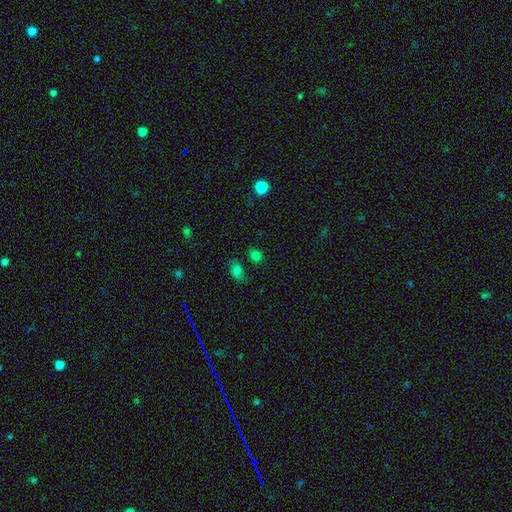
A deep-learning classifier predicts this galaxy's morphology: This is likely a smooth galaxy (76%). How rounded: possibly round (55%). Merging: likely none (74%).